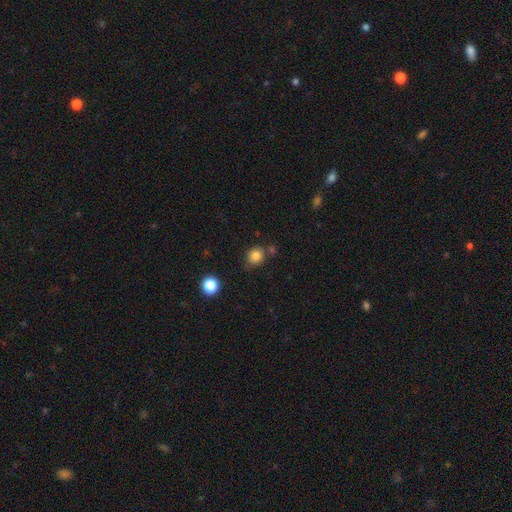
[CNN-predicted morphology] smooth 83%, star or artifact 12%, featured or disk 5%. Down the decision tree: how rounded — round (82%); merging — none (71%).